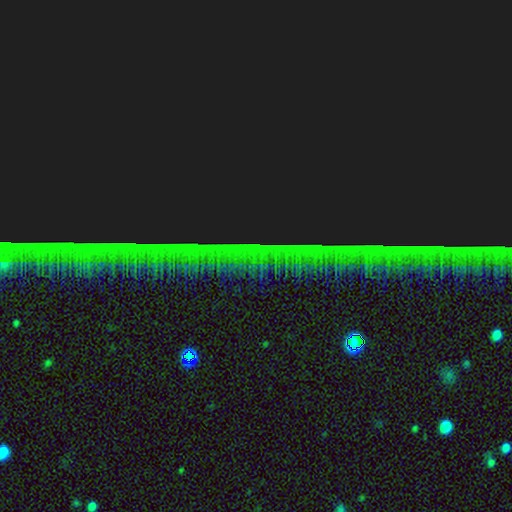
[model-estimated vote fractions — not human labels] This is clearly a star or artifact rather than a galaxy (87%).